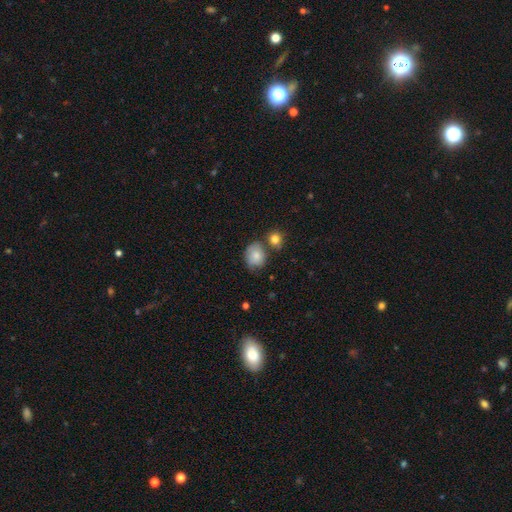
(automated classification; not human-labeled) A smooth galaxy with no disk features (77%) that is round (51%). Merging: none (50%).